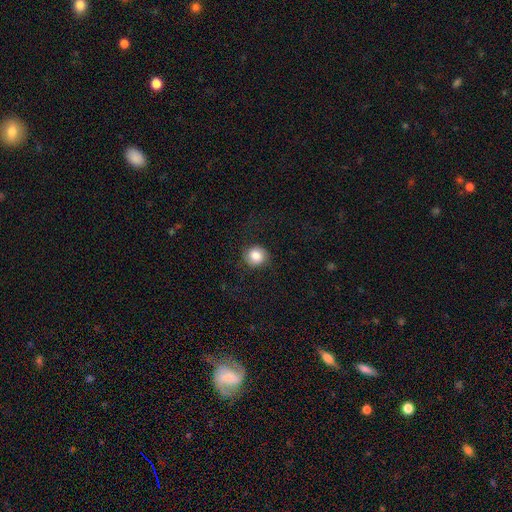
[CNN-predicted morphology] This appears to be a smooth galaxy with no disk features (78%) that is round (87%). Merging: none (79%).